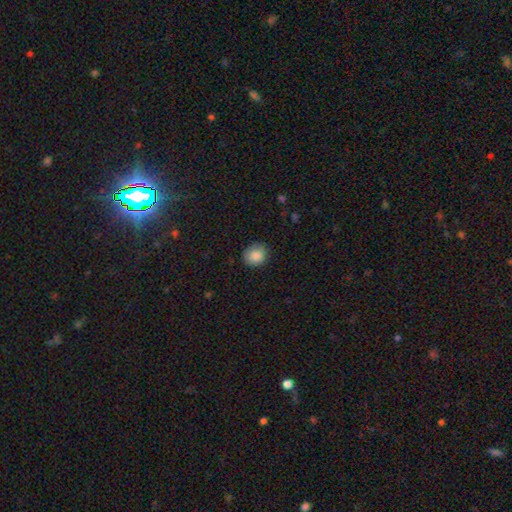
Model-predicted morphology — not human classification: smooth_or_featured: smooth (p=0.87) [alt: star or artifact p=0.09]
how_rounded: round (p=0.78) [alt: in between p=0.21]
merging: none (p=0.82) [alt: minor disturbance p=0.14]